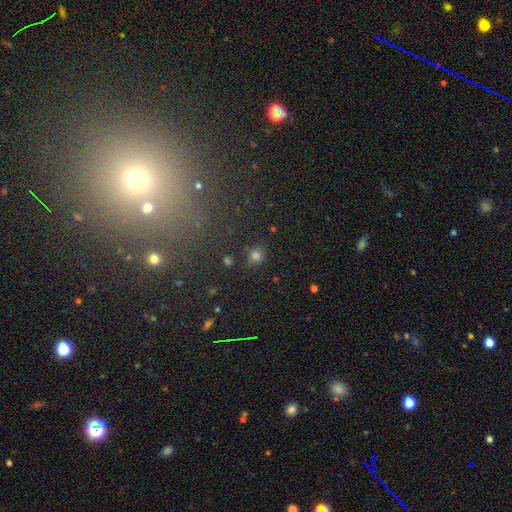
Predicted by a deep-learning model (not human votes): A smooth galaxy with no disk features (76%) that is round (86%). Merging: none (80%).